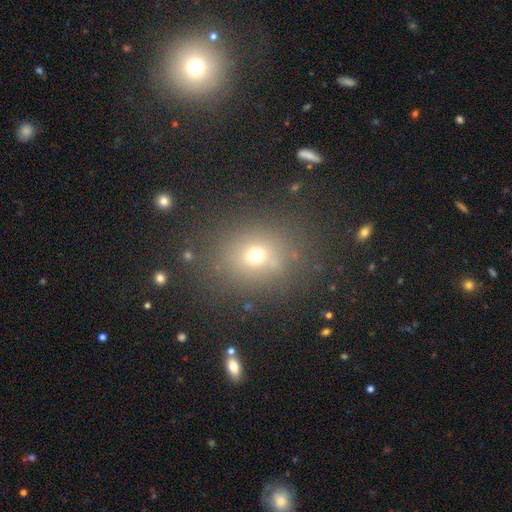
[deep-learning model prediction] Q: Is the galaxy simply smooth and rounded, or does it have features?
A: smooth — 66%.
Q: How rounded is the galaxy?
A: round — 68%.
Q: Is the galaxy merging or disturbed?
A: none — 81%.